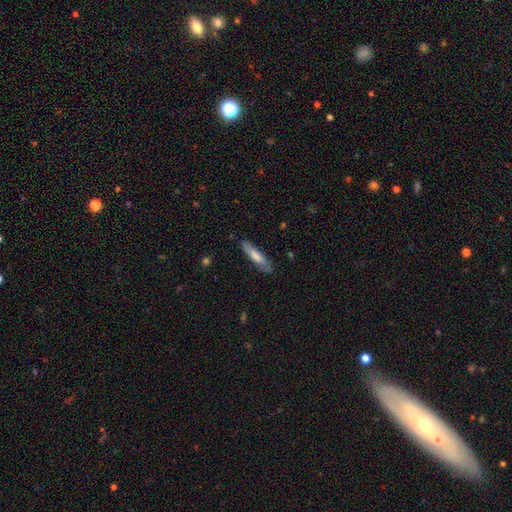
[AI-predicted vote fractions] Smooth or featured? Predicted: smooth (p=0.69). How rounded? Predicted: cigar-shaped (p=0.78). Merging? Predicted: none (p=0.81).